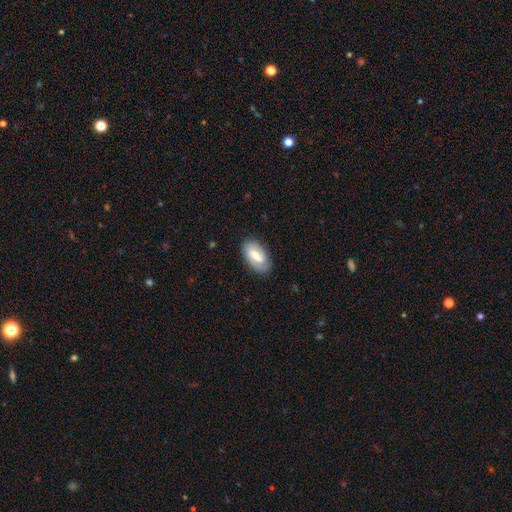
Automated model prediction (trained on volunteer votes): smooth_or_featured: smooth (p=0.48) [alt: featured or disk p=0.46]
merging: none (p=0.82) [alt: minor disturbance p=0.13]